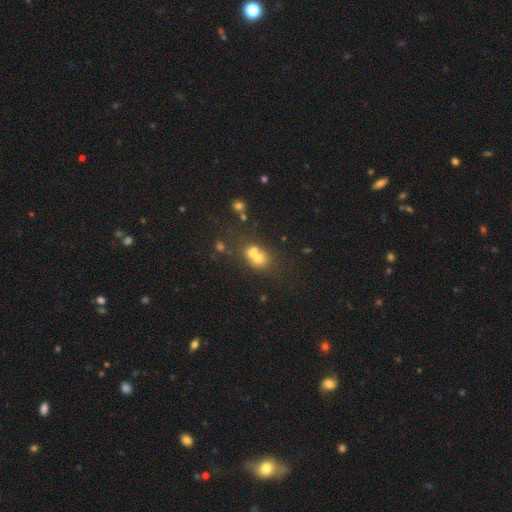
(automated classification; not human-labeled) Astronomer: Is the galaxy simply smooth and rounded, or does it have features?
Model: smooth — 61%.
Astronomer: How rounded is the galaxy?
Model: round — 61% (runner-up: in between, 38%).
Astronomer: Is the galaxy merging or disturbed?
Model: merger — 55% (runner-up: none, 30%).